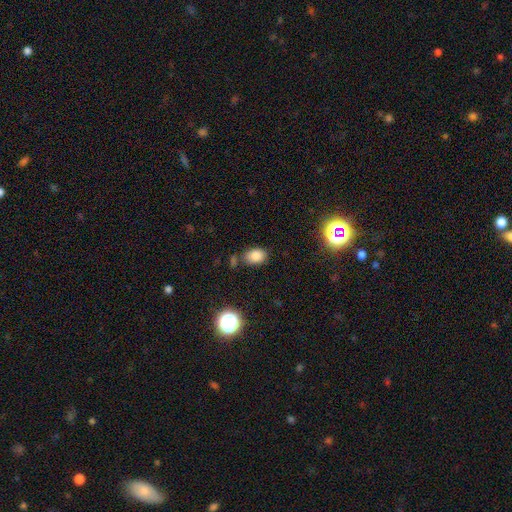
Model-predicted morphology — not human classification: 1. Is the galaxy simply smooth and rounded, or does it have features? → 82% smooth, 12% star or artifact, 6% featured or disk.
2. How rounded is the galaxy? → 77% in between, 21% round, 1% cigar-shaped.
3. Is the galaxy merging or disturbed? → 73% none, 15% minor disturbance, 7% merger, 4% major disturbance.